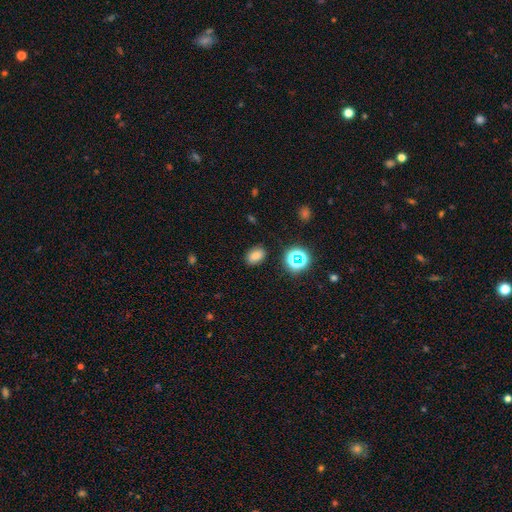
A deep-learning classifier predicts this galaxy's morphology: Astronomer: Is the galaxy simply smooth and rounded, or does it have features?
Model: smooth — 74%.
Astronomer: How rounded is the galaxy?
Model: in between — 78%.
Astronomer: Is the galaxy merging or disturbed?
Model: none — 85%.